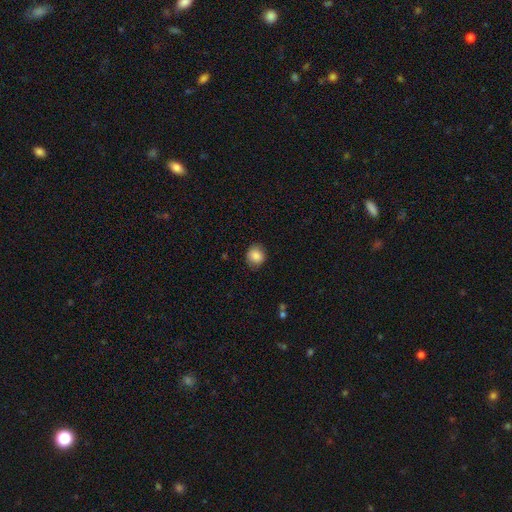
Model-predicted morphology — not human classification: smooth-or-featured: smooth: 86% | star or artifact: 9% | featured or disk: 5%
  how-rounded: round: 83% | in between: 16% | cigar-shaped: 1%
  merging: none: 83% | minor disturbance: 12% | major disturbance: 3% | merger: 1%